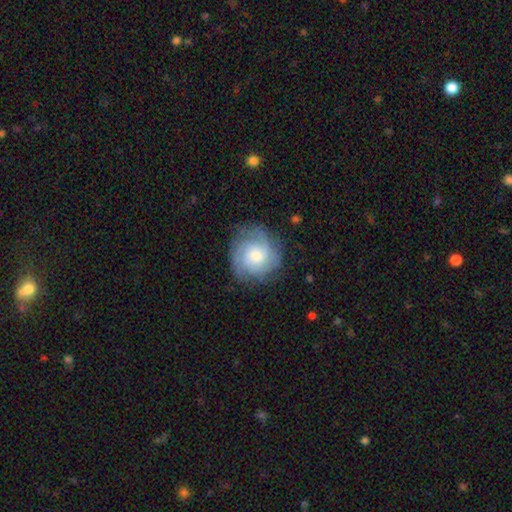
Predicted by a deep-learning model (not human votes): A featured or disk galaxy (69%) with no bar (74%), 3 (30%) tight (60%) spiral arms (94%) and a moderate central bulge (54%).

Vote fractions:
- Smooth or featured? featured or disk: 69% / smooth: 23% / star or artifact: 7%
- Edge-on disk? no: 98% / yes: 2%
- Bar? no: 74% / weak: 23% / strong: 3%
- Spiral arms? yes: 94% / no: 6%
- Spiral winding? tight: 60% / medium: 31% / loose: 8%
- Spiral arm count? 3: 30% / can't tell: 29% / 2: 15% / 4: 14% / more than 4: 6% / 1: 6%
- Bulge size? moderate: 54% / small: 32% / large: 10% / none: 2% / dominant: 1%
- Merging? none: 79% / minor disturbance: 15% / major disturbance: 5% / merger: 1%